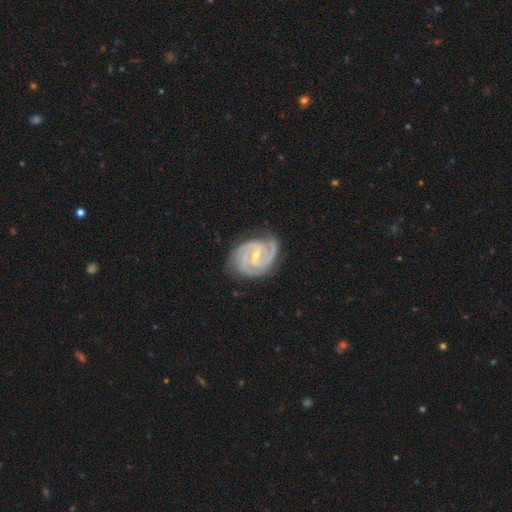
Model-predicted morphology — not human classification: A featured or disk galaxy (92%) with a weak bar (53%), 3 (40%) tight (63%) spiral arms (99%) and a small central bulge (56%).

Vote fractions:
- Smooth or featured? featured or disk: 92% / star or artifact: 4% / smooth: 4%
- Edge-on disk? no: 98% / yes: 2%
- Bar? weak: 53% / strong: 25% / no: 22%
- Spiral arms? yes: 99% / no: 1%
- Spiral winding? tight: 63% / medium: 32% / loose: 4%
- Spiral arm count? 3: 40% / 2: 37% / can't tell: 8% / 4: 7% / 1: 4% / more than 4: 4%
- Bulge size? small: 56% / moderate: 42% / none: 1% / large: 1% / dominant: 1%
- Merging? none: 75% / minor disturbance: 19% / major disturbance: 5% / merger: 1%